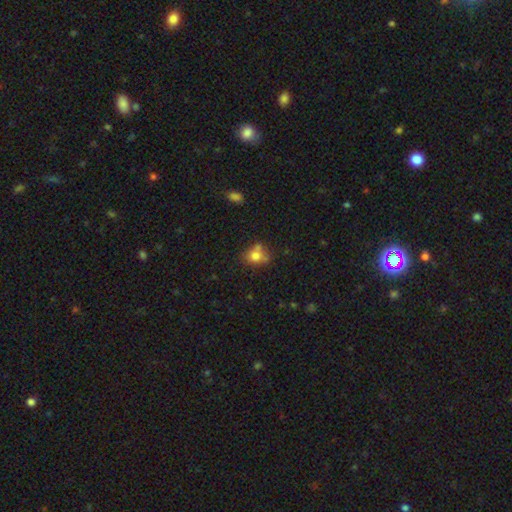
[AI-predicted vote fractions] smooth-or-featured: smooth: 74% | featured or disk: 14% | star or artifact: 12%
  how-rounded: round: 59% | in between: 40% | cigar-shaped: 1%
  merging: none: 49% | minor disturbance: 22% | merger: 21% | major disturbance: 8%